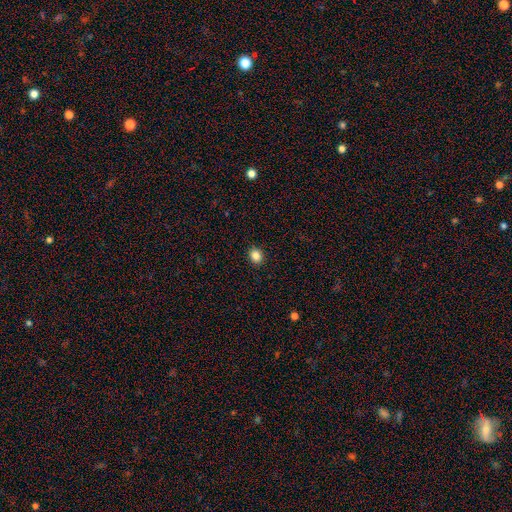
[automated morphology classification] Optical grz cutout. It shows a smooth galaxy with no disk features (85%) that is round (64%). Merging: none (92%).